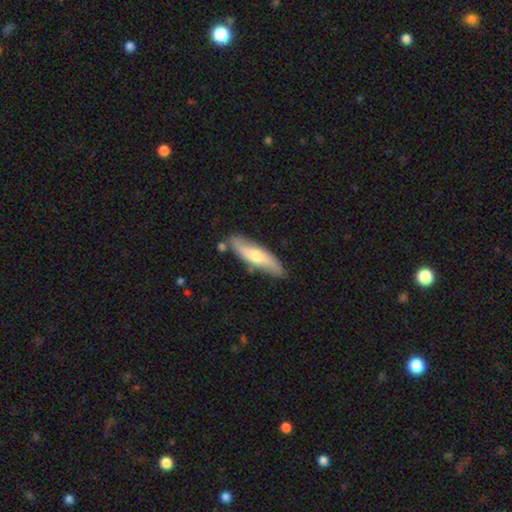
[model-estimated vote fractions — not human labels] A smooth galaxy with no disk features (48%). Merging: none (78%).